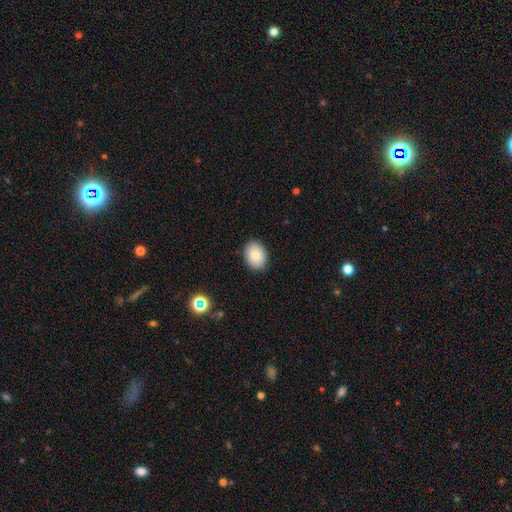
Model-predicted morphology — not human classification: This appears to be a smooth galaxy with no disk features (82%) that is in between round and cigar-shaped (71%). Merging: none (89%).